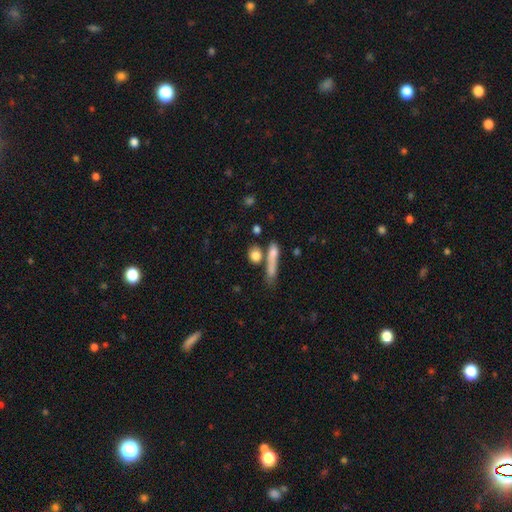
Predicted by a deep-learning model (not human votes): Morphology: type=smooth (79%); roundness=round (49%); merging=none (59%).